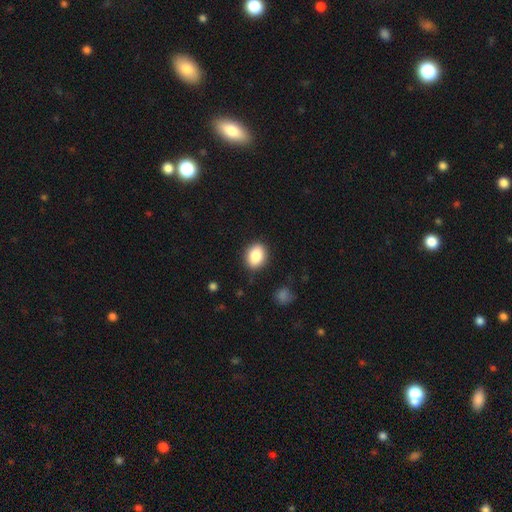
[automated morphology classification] Q: Smooth or featured?
A: smooth (86%); runner-up: star or artifact (8%)
Q: How rounded?
A: in between (65%); runner-up: round (34%)
Q: Merging?
A: none (87%); runner-up: minor disturbance (9%)